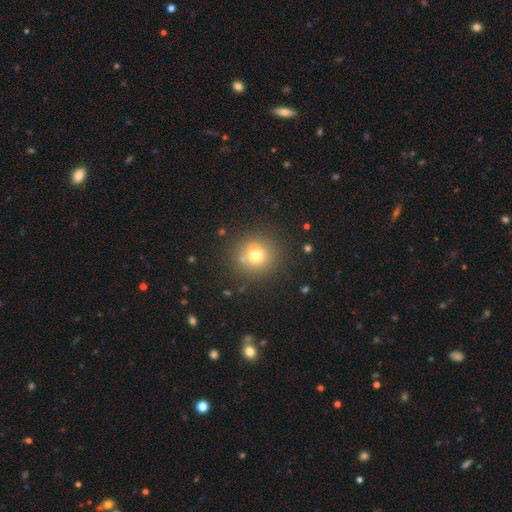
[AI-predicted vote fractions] Morphology: type=smooth (67%); roundness=round (92%); merging=none (74%).